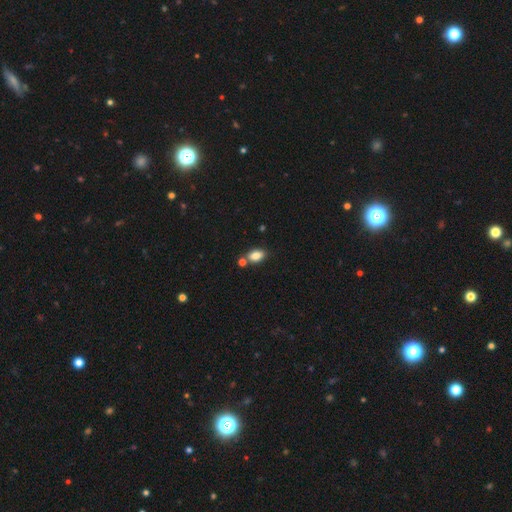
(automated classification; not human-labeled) smooth-or-featured: smooth: 83% | star or artifact: 9% | featured or disk: 8%
  how-rounded: in between: 87% | round: 11% | cigar-shaped: 2%
  merging: none: 67% | merger: 19% | minor disturbance: 11% | major disturbance: 3%